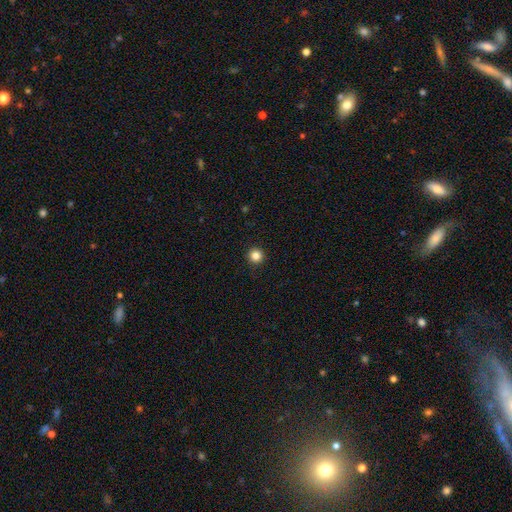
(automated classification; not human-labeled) A smooth galaxy with no disk features (84%) that is round (96%). Merging: none (93%).